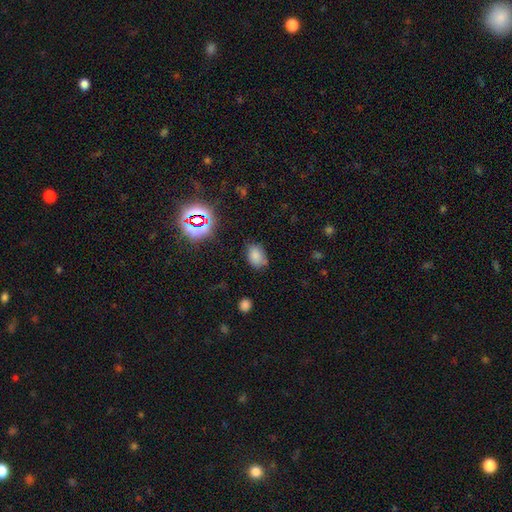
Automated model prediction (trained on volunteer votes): This is likely a smooth galaxy (76%). How rounded: likely in between (78%). Merging: likely none (68%).